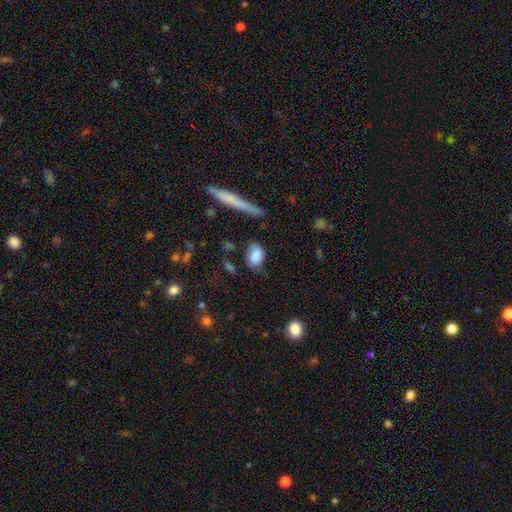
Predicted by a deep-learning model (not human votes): smooth-or-featured: smooth: 79% | featured or disk: 13% | star or artifact: 8%
  how-rounded: in between: 83% | round: 13% | cigar-shaped: 3%
  merging: none: 59% | minor disturbance: 27% | major disturbance: 10% | merger: 5%